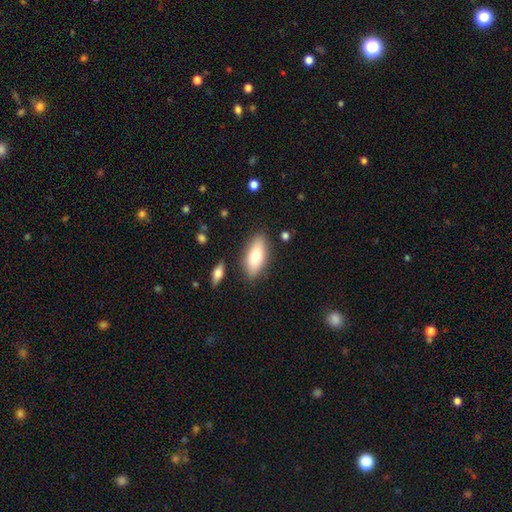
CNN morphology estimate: Overall: smooth (76%). How rounded: in between (78%). Merging: none (83%).